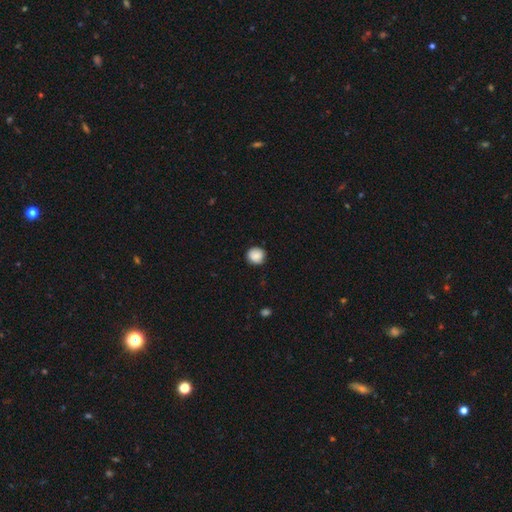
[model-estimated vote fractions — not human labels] Smooth or featured?
  - smooth: 86% *
  - star or artifact: 8%
  - featured or disk: 6%
How rounded?
  - round: 91% *
  - in between: 9%
  - cigar-shaped: 1%
Merging?
  - none: 86% *
  - minor disturbance: 11%
  - major disturbance: 2%
  - merger: 1%